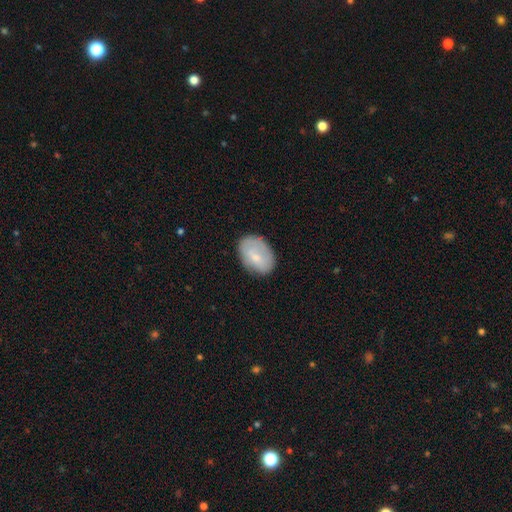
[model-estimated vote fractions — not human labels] A smooth galaxy with no disk features (68%) that is in between round and cigar-shaped (85%). Merging: none (77%).